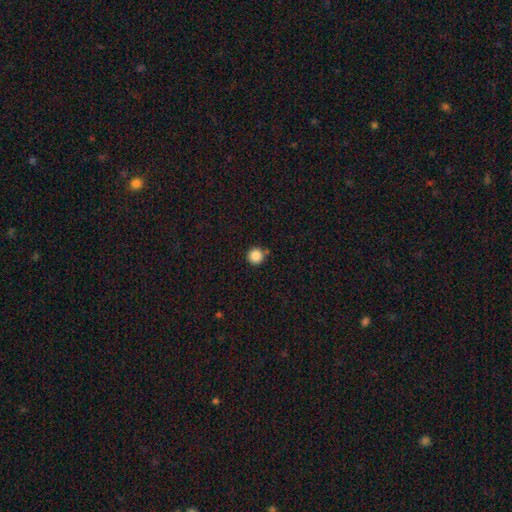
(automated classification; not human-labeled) smooth-or-featured: smooth: 87% | star or artifact: 10% | featured or disk: 3%
  how-rounded: round: 96% | in between: 3% | cigar-shaped: 1%
  merging: none: 85% | minor disturbance: 7% | merger: 6% | major disturbance: 2%